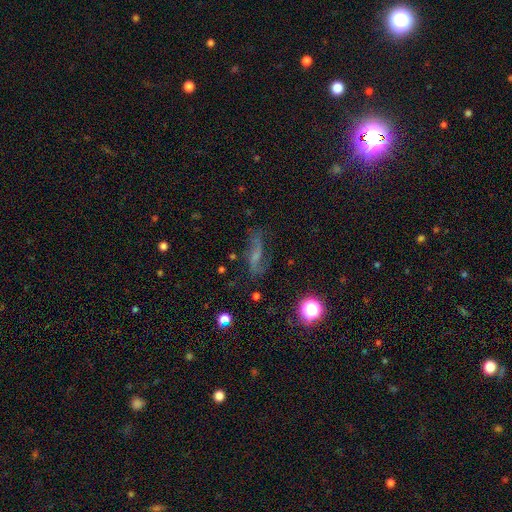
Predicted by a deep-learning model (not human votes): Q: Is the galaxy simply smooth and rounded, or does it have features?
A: featured or disk — 59%.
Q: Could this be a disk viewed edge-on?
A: no — 86%.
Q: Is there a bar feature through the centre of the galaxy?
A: no — 41%.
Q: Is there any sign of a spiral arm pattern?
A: yes — 84%.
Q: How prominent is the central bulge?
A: small — 41%.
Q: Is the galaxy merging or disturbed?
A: none — 63%.